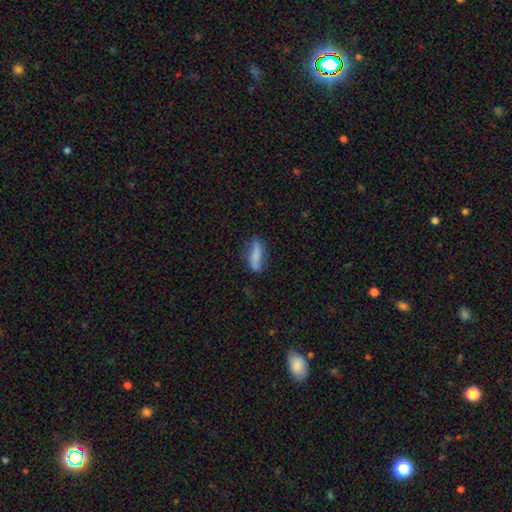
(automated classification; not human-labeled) Smooth or featured? Predicted: smooth (p=0.73). How rounded? Predicted: in between (p=0.52). Merging? Predicted: none (p=0.66).